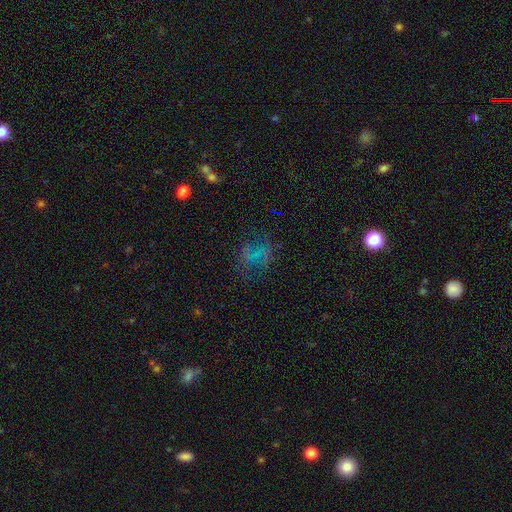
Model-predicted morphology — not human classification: The model was most divided on "smooth or featured": smooth: 34%, featured or disk: 33%, star or artifact: 33%. More confident: merging — none (53%).